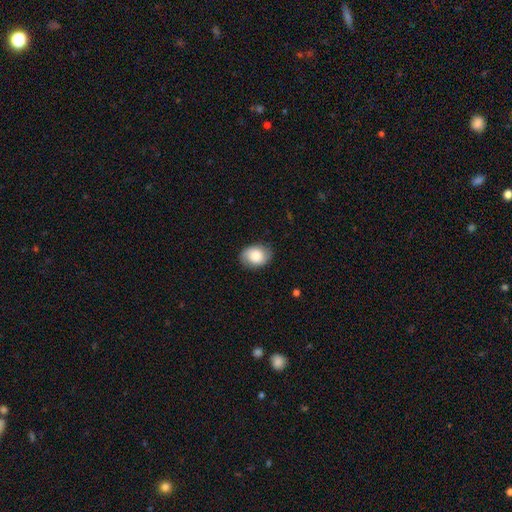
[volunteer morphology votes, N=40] Smooth or featured? smooth (78%)
How rounded? in between (65%)
Merging? none (89%)